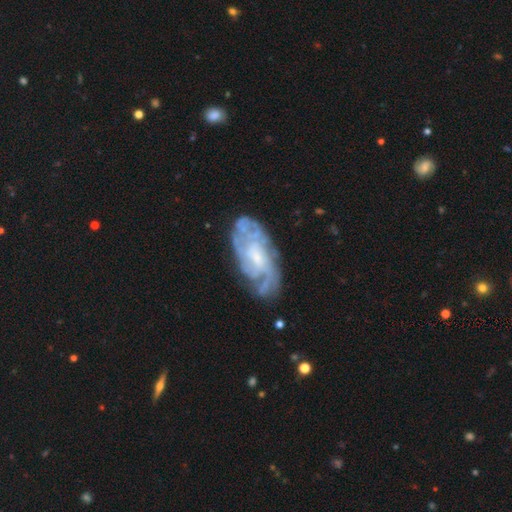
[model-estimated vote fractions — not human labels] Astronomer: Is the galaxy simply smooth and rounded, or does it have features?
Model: featured or disk — 82%.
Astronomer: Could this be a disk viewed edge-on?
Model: no — 94%.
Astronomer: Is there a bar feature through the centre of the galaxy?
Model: no — 62%.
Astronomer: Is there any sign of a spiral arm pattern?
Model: yes — 91%.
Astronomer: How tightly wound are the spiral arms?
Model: tight — 60%.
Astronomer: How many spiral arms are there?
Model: can't tell — 46%.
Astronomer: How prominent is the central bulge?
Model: small — 50% (runner-up: moderate, 35%).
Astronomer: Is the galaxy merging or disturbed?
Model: none — 72%.